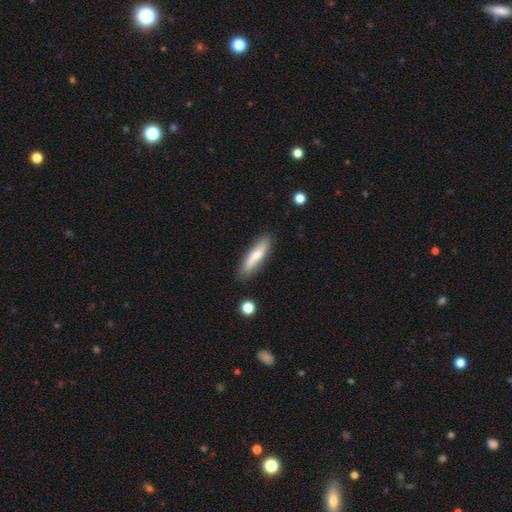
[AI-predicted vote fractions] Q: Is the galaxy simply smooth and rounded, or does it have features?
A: smooth — 67%.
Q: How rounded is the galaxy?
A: cigar-shaped — 74%.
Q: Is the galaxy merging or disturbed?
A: none — 81%.